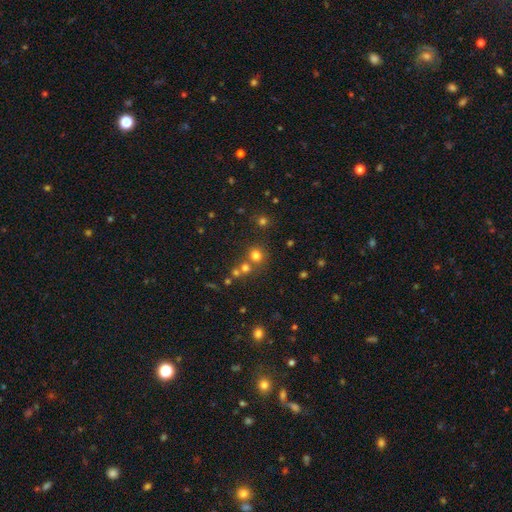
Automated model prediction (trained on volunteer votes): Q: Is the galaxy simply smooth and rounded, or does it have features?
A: smooth — 71%.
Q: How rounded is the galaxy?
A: round — 85%.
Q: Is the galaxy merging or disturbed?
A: none — 64%.